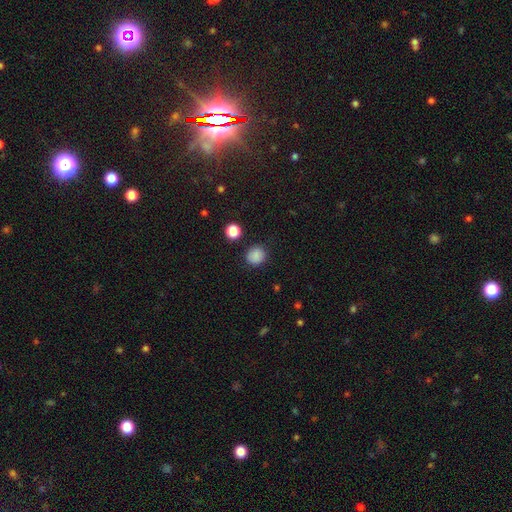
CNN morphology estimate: This appears to be a smooth galaxy with no disk features (85%) that is round (84%). Merging: none (85%).